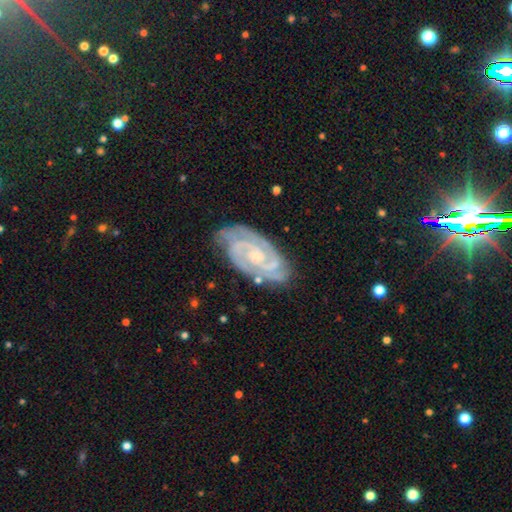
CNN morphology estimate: smooth_or_featured: featured or disk (p=0.90) [alt: star or artifact p=0.05]
disk_edge_on: no (p=0.97) [alt: yes p=0.03]
bar: no (p=0.56) [alt: weak p=0.33]
has_spiral_arms: yes (p=0.98) [alt: no p=0.02]
spiral_winding: tight (p=0.73) [alt: medium p=0.24]
spiral_arm_count: 2 (p=0.49) [alt: 3 p=0.28]
bulge_size: small (p=0.51) [alt: moderate p=0.34]
merging: none (p=0.79) [alt: minor disturbance p=0.15]